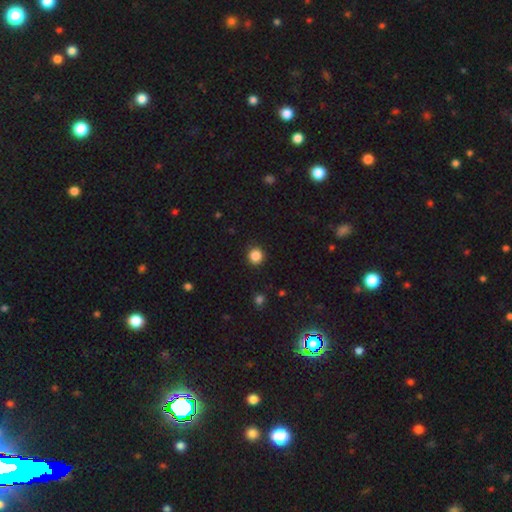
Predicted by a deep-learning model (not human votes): A smooth galaxy with no disk features (85%) that is round (93%). Merging: none (91%).